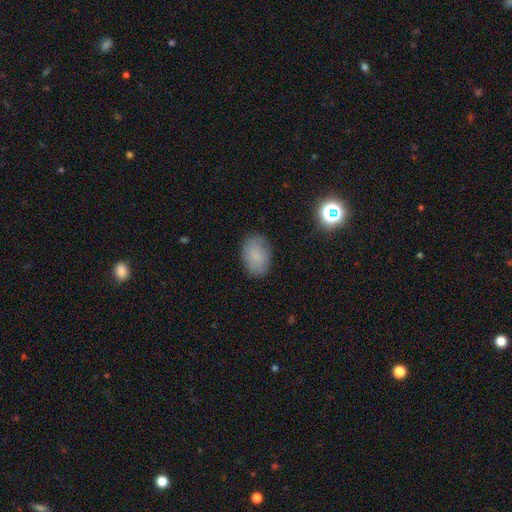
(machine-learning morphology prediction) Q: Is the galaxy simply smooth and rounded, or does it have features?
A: smooth — 77%.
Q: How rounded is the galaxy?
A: in between — 85%.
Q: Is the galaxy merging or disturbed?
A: none — 83%.